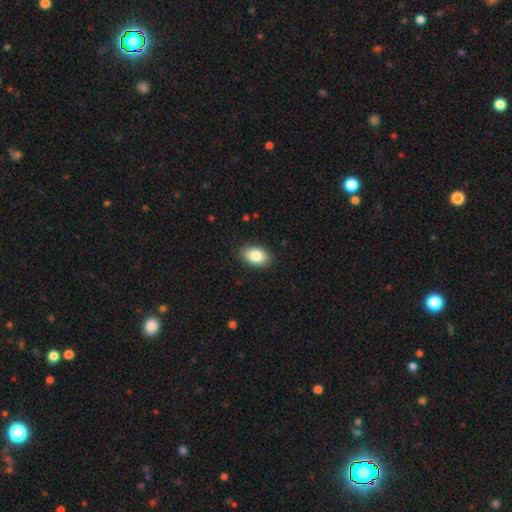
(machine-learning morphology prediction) A smooth galaxy with no disk features (85%) that is in between round and cigar-shaped (90%).

Vote fractions:
- Smooth or featured? smooth: 85% / featured or disk: 8% / star or artifact: 7%
- How rounded? in between: 90% / round: 9% / cigar-shaped: 1%
- Merging? none: 88% / minor disturbance: 9% / major disturbance: 2% / merger: 1%